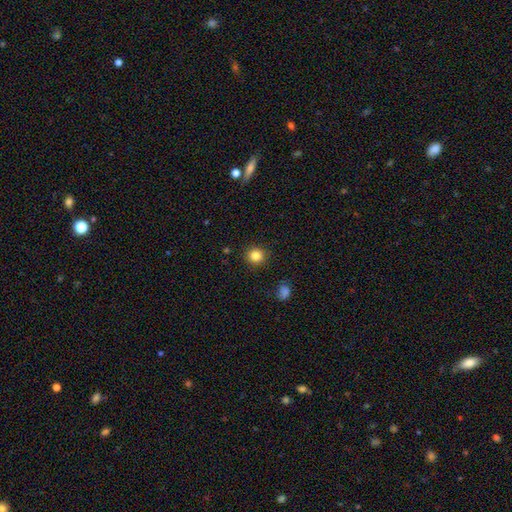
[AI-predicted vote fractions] smooth-or-featured: smooth: 84% | star or artifact: 11% | featured or disk: 5%
  how-rounded: round: 92% | in between: 7% | cigar-shaped: 1%
  merging: none: 91% | minor disturbance: 6% | major disturbance: 2% | merger: 1%